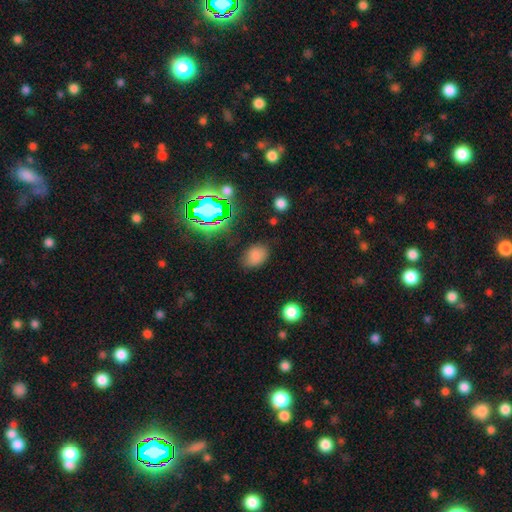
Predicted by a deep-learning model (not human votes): Smooth or featured? Predicted: smooth (p=0.74). How rounded? Predicted: in between (p=0.76). Merging? Predicted: none (p=0.77).